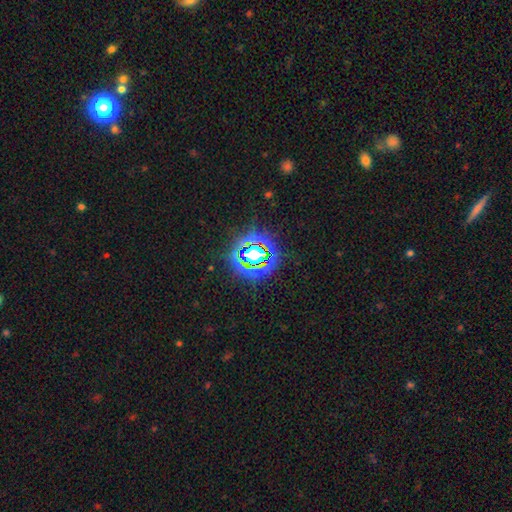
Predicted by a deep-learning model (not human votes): A star or artifact, not a galaxy (80%).

Vote fractions:
- Smooth or featured? star or artifact: 80% / smooth: 12% / featured or disk: 8%